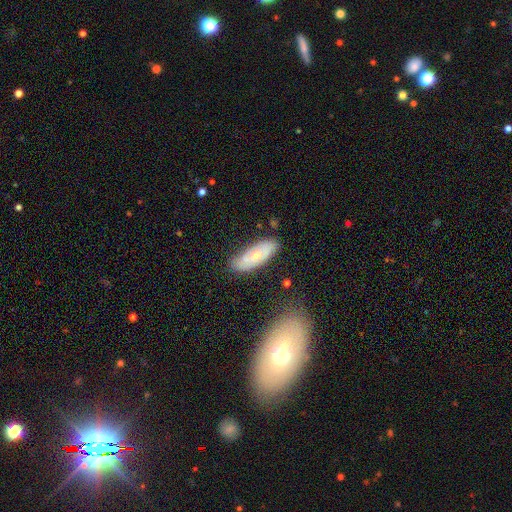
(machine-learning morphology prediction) This is possibly a smooth galaxy (47%). Merging: likely none (76%).